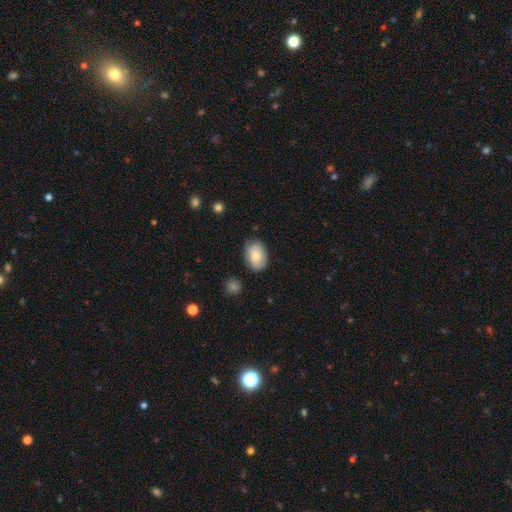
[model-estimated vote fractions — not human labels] smooth_or_featured: smooth (p=0.80) [alt: featured or disk p=0.13]
how_rounded: in between (p=0.85) [alt: round p=0.14]
merging: none (p=0.77) [alt: minor disturbance p=0.18]